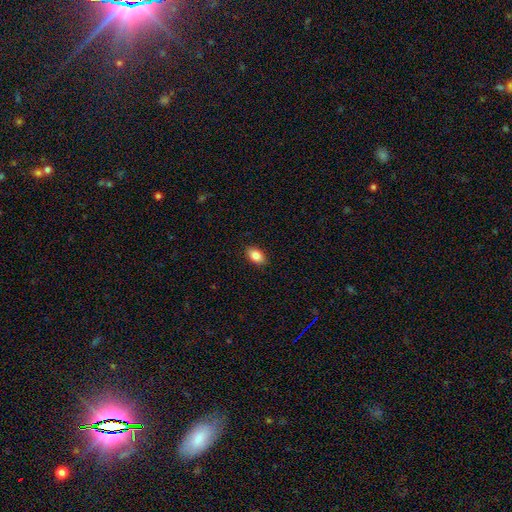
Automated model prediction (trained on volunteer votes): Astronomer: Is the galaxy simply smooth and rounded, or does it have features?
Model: smooth — 85%.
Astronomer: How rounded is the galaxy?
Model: in between — 90%.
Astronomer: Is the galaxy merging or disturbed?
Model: none — 89%.